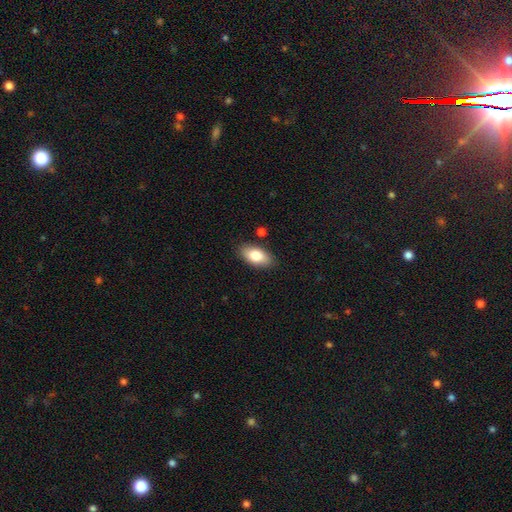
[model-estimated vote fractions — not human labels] Morphology: type=smooth (79%); roundness=in between (91%); merging=none (86%).